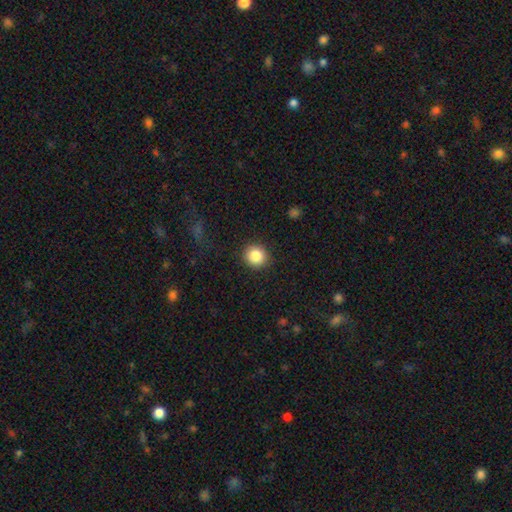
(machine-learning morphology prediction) Smooth or featured?
  - smooth: 85% *
  - star or artifact: 10%
  - featured or disk: 5%
How rounded?
  - round: 91% *
  - in between: 8%
  - cigar-shaped: 1%
Merging?
  - none: 90% *
  - minor disturbance: 6%
  - major disturbance: 2%
  - merger: 1%